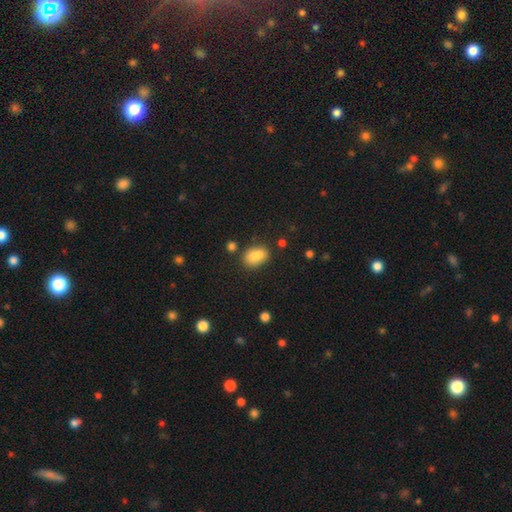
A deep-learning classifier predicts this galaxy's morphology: This is clearly a smooth galaxy (84%). How rounded: clearly in between (82%). Merging: likely none (69%).